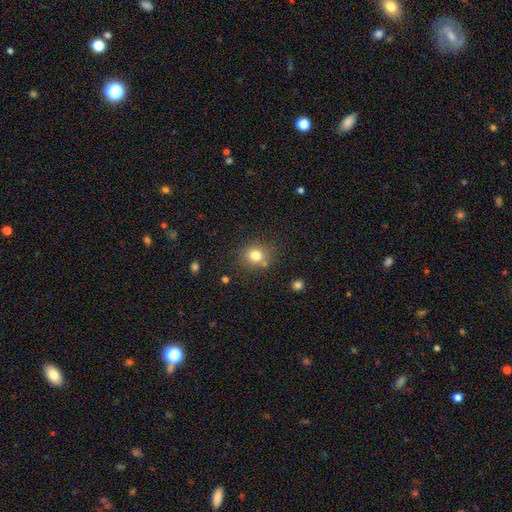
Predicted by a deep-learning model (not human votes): This appears to be a smooth galaxy with no disk features (79%) that is round (80%). Merging: none (78%).